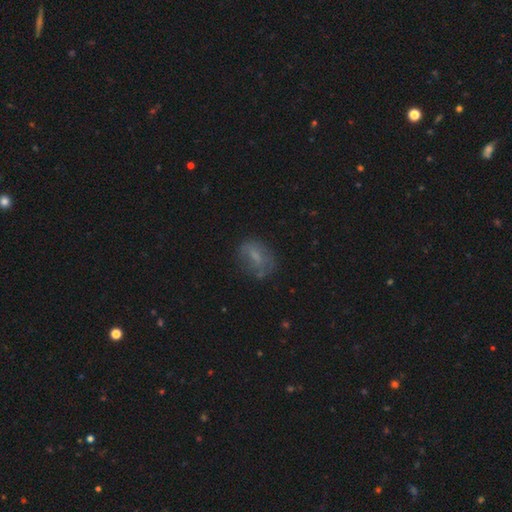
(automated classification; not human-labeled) This is possibly a smooth galaxy (57%). How rounded: likely in between (70%). Merging: possibly none (58%).